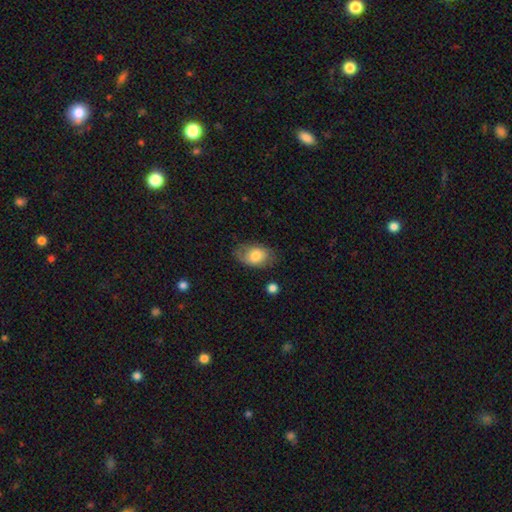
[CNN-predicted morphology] Smooth or featured: smooth — 75% (featured or disk — 17%)
How rounded: in between — 86% (round — 12%)
Merging: none — 63% (minor disturbance — 26%)